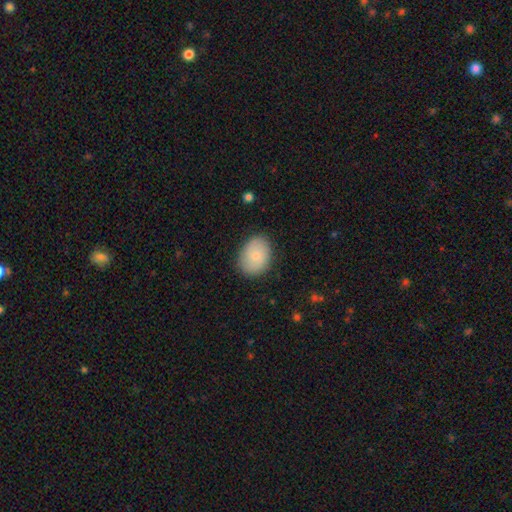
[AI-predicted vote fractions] Smooth or featured? Predicted: smooth (p=0.75). How rounded? Predicted: in between (p=0.69). Merging? Predicted: none (p=0.84).